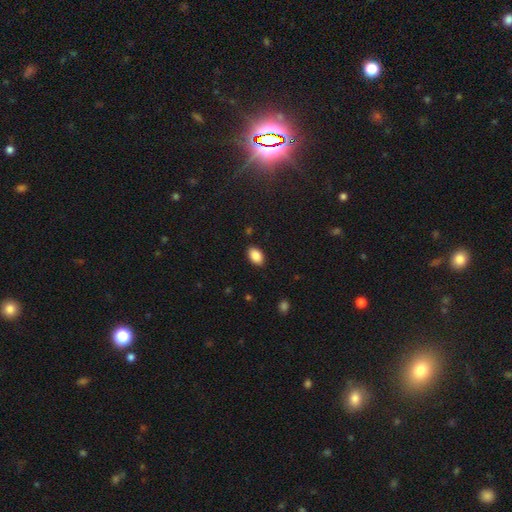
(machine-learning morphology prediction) smooth_or_featured: smooth (p=0.88) [alt: star or artifact p=0.08]
how_rounded: in between (p=0.90) [alt: round p=0.09]
merging: none (p=0.88) [alt: minor disturbance p=0.09]